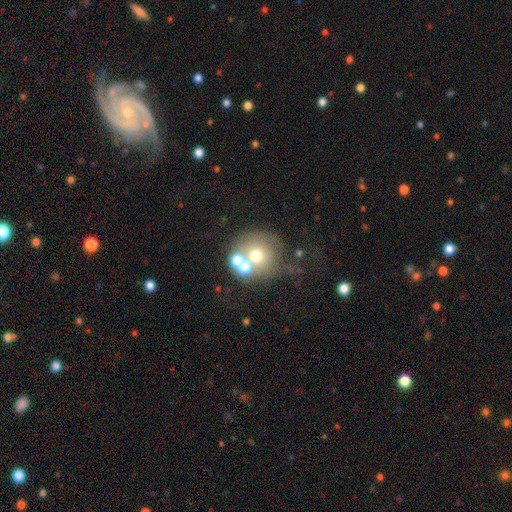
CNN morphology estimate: Smooth or featured?
  - smooth: 55% *
  - featured or disk: 28%
  - star or artifact: 17%
How rounded?
  - round: 87% *
  - in between: 12%
  - cigar-shaped: 1%
Merging?
  - none: 40% *
  - merger: 39%
  - minor disturbance: 11%
  - major disturbance: 10%